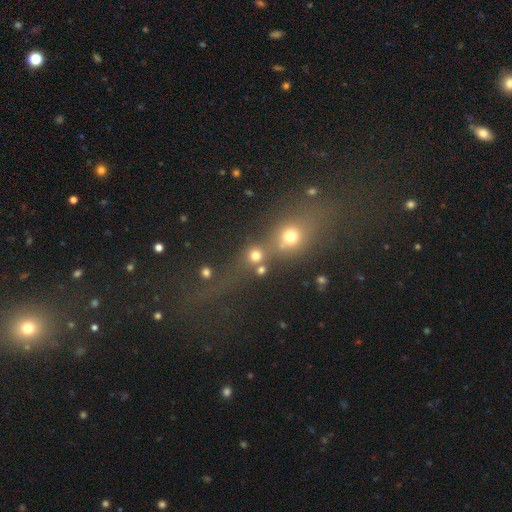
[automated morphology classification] smooth_or_featured: smooth (p=0.71) [alt: star or artifact p=0.20]
how_rounded: round (p=0.88) [alt: in between p=0.10]
merging: none (p=0.47) [alt: merger p=0.39]